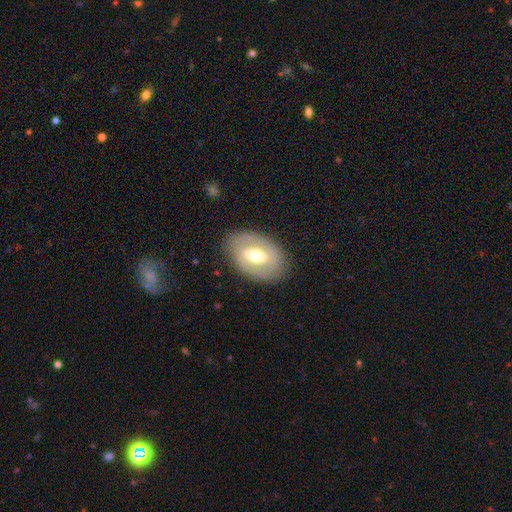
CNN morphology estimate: Smooth or featured? featured or disk (56%)
Edge-on disk? no (91%)
Bar? no (39%)
Spiral arms? no (69%)
Bulge size? moderate (69%)
Merging? none (82%)